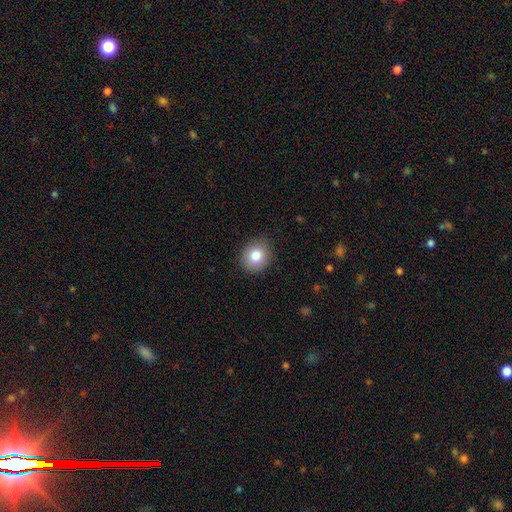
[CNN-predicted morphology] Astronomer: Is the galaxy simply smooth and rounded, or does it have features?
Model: smooth — 82%.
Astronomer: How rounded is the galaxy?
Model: round — 70%.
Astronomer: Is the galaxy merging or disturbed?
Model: none — 87%.